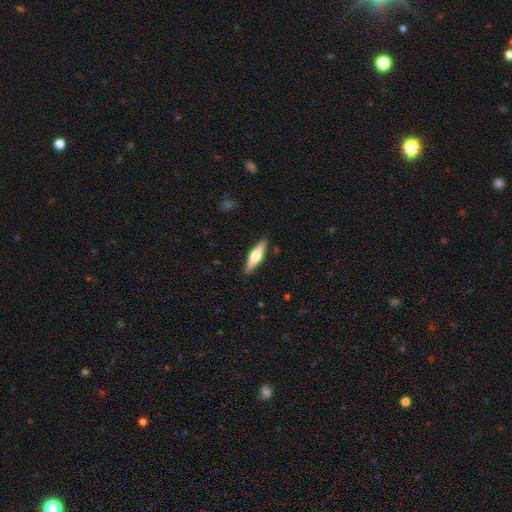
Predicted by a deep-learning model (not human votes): Smooth or featured?
  - featured or disk: 59% *
  - smooth: 36%
  - star or artifact: 5%
Edge-on disk?
  - yes: 96% *
  - no: 4%
Edge-on bulge?
  - rounded: 94% *
  - boxy: 4%
  - none: 2%
Merging?
  - none: 90% *
  - minor disturbance: 8%
  - major disturbance: 2%
  - merger: 1%